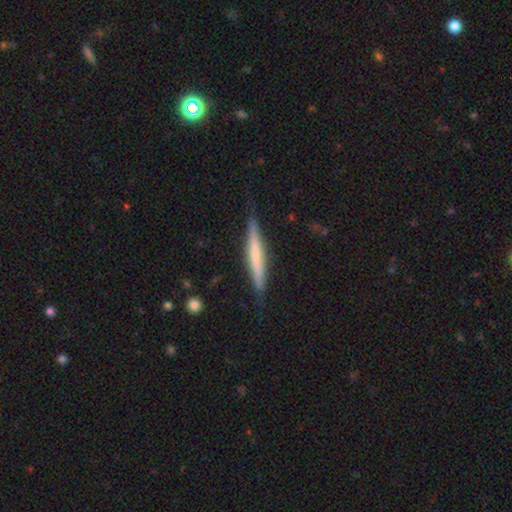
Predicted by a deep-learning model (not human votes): The model was most divided on "smooth or featured": featured or disk: 52%, smooth: 42%, star or artifact: 6%. More confident: edge-on disk — yes (96%); merging — none (84%).